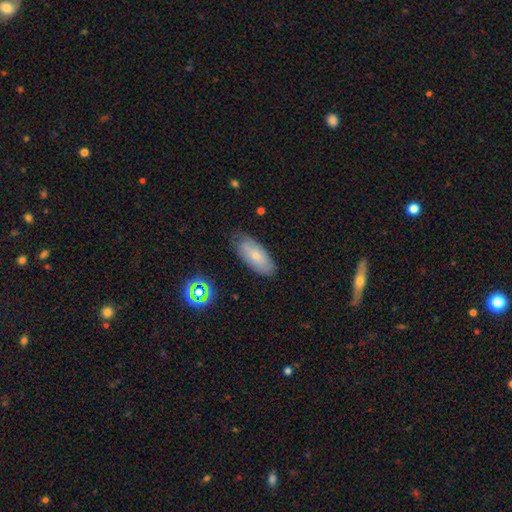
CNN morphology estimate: Smooth or featured: smooth — 66% (featured or disk — 25%)
How rounded: in between — 85% (cigar-shaped — 12%)
Merging: none — 73% (minor disturbance — 21%)